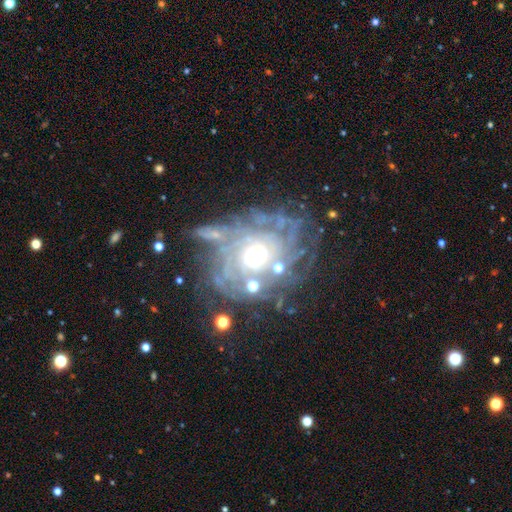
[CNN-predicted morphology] This is clearly a featured or disk galaxy (88%). It is clearly not viewed edge-on (97%). Bar: likely no (78%). Spiral arm pattern: clearly yes (95%). Spiral arm count: marginally can't tell (31%). Spiral winding: likely tight (78%). Central bulge: possibly small (57%). Merging: likely none (65%).